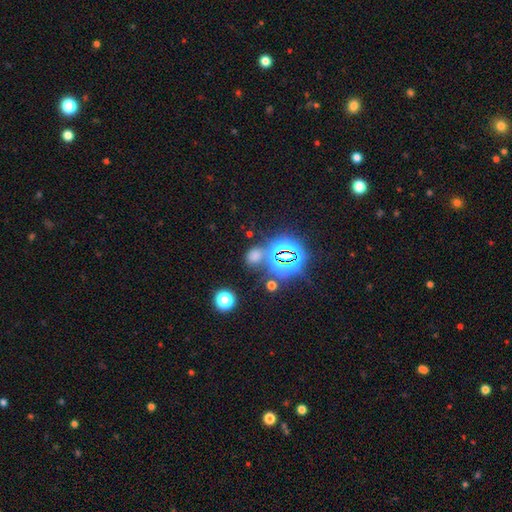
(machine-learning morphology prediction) The model was most divided on "smooth or featured": smooth: 47%, star or artifact: 46%, featured or disk: 7%. More confident: merging — none (66%).